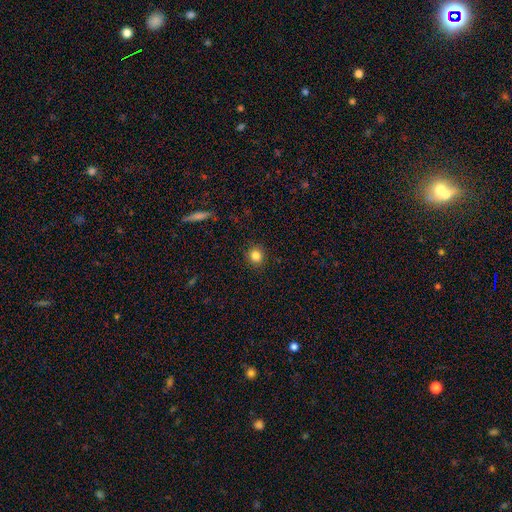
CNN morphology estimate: smooth_or_featured: smooth (p=0.84) [alt: star or artifact p=0.11]
how_rounded: round (p=0.88) [alt: in between p=0.11]
merging: none (p=0.91) [alt: minor disturbance p=0.06]